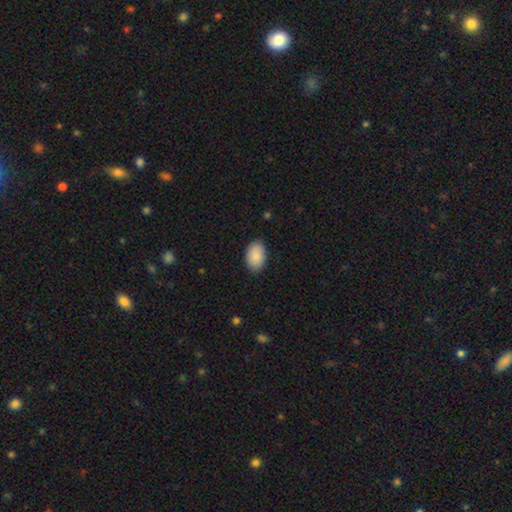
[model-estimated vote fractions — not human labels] smooth 90%, star or artifact 6%, featured or disk 4%. Down the decision tree: how rounded — in between (91%); merging — none (87%).